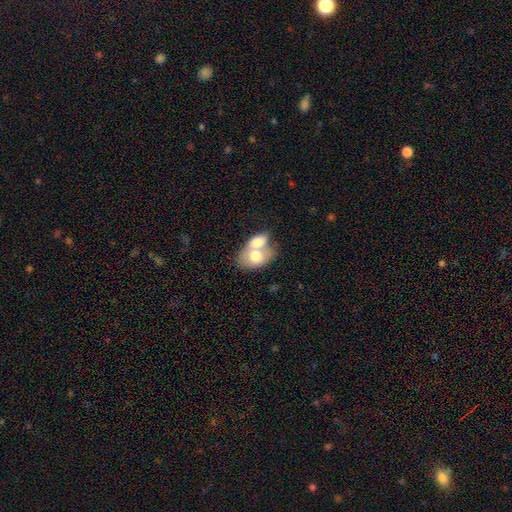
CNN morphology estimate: Smooth or featured? smooth (69%)
How rounded? in between (80%)
Merging? merger (73%)